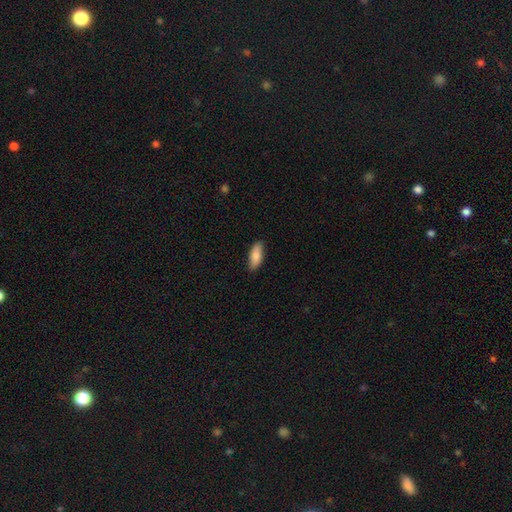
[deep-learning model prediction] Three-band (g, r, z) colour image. It shows a smooth galaxy with no disk features (84%) that is in between round and cigar-shaped (74%). Merging: none (86%).